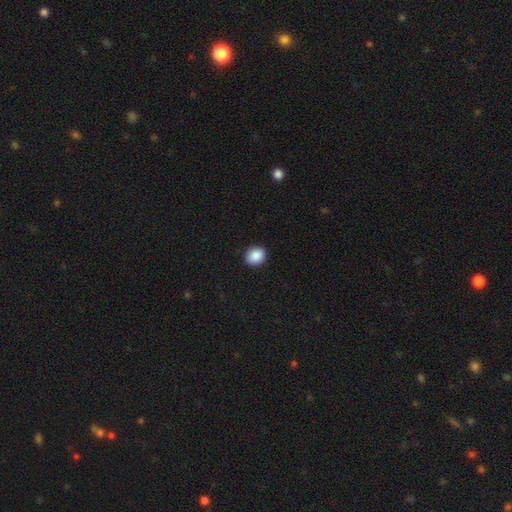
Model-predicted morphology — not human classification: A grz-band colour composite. It shows a smooth galaxy with no disk features (89%) that is round (63%). Merging: none (90%).